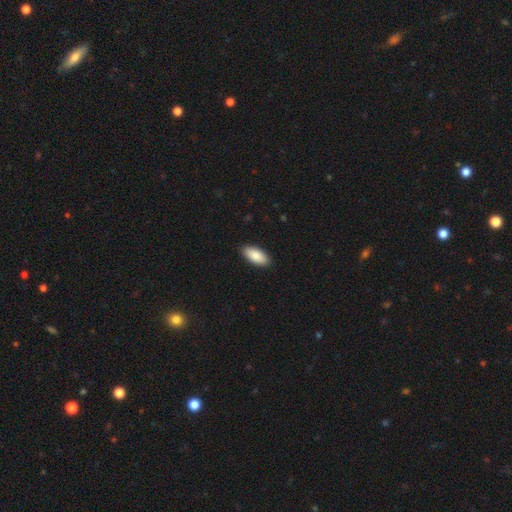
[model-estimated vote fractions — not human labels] Smooth or featured? Predicted: smooth (p=0.87). How rounded? Predicted: in between (p=0.90). Merging? Predicted: none (p=0.90).